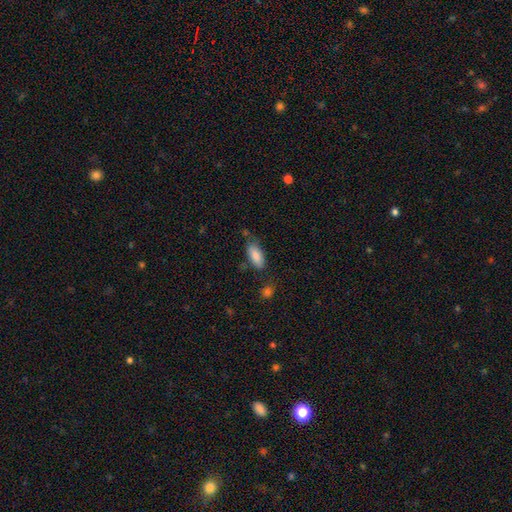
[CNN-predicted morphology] smooth_or_featured: smooth (p=0.85) [alt: featured or disk p=0.08]
how_rounded: in between (p=0.83) [alt: cigar-shaped p=0.15]
merging: none (p=0.65) [alt: minor disturbance p=0.23]